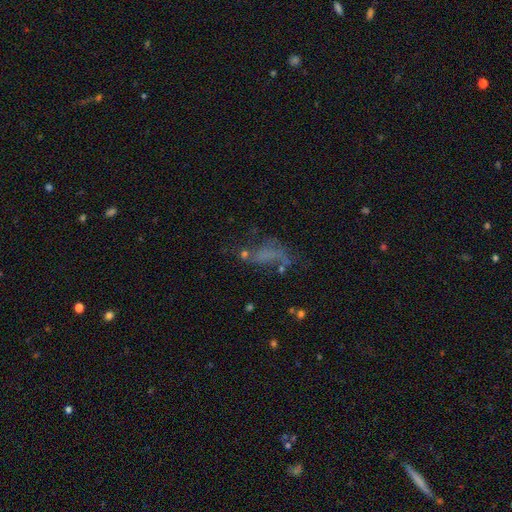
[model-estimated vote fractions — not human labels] smooth-or-featured: featured or disk: 43% | smooth: 31% | star or artifact: 26%
  merging: none: 36% | major disturbance: 35% | minor disturbance: 19% | merger: 10%